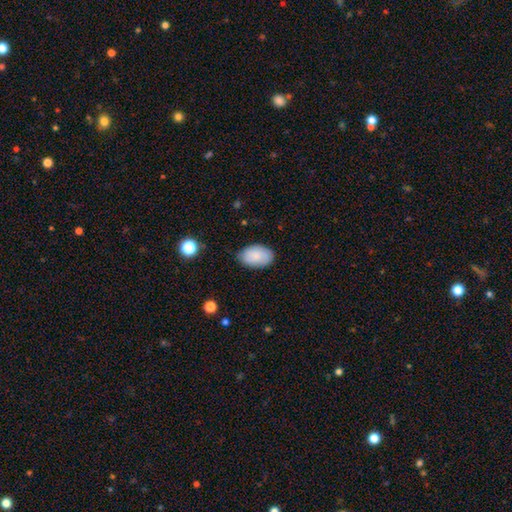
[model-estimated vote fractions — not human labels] Smooth or featured?
  - smooth: 84% *
  - featured or disk: 9%
  - star or artifact: 7%
How rounded?
  - in between: 92% *
  - round: 7%
  - cigar-shaped: 1%
Merging?
  - none: 78% *
  - minor disturbance: 17%
  - major disturbance: 3%
  - merger: 1%